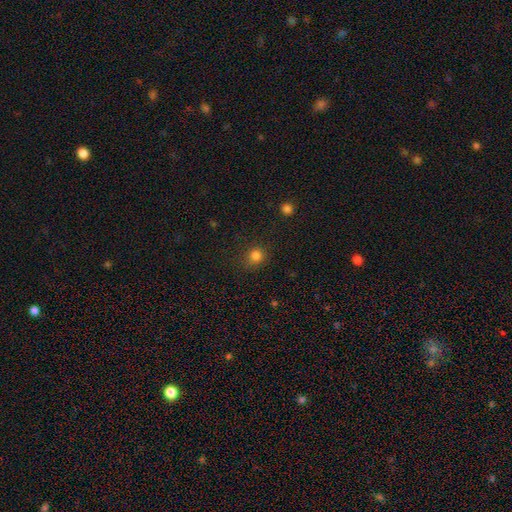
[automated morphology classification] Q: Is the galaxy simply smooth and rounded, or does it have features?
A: smooth — 81%.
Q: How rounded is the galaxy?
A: round — 86%.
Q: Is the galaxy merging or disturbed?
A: none — 83%.